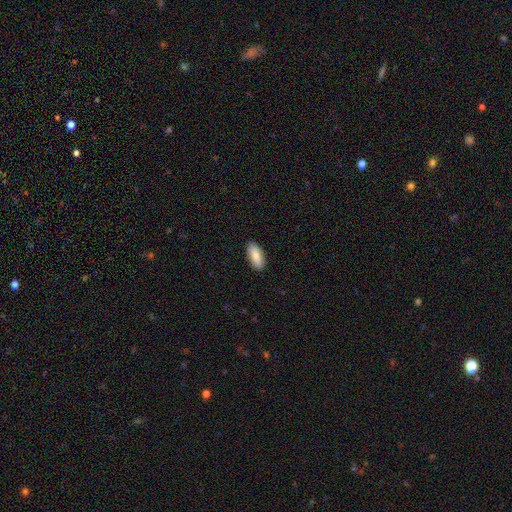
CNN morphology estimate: Q: Smooth or featured?
A: smooth (82%); runner-up: featured or disk (12%)
Q: How rounded?
A: in between (82%); runner-up: cigar-shaped (16%)
Q: Merging?
A: none (90%); runner-up: minor disturbance (8%)